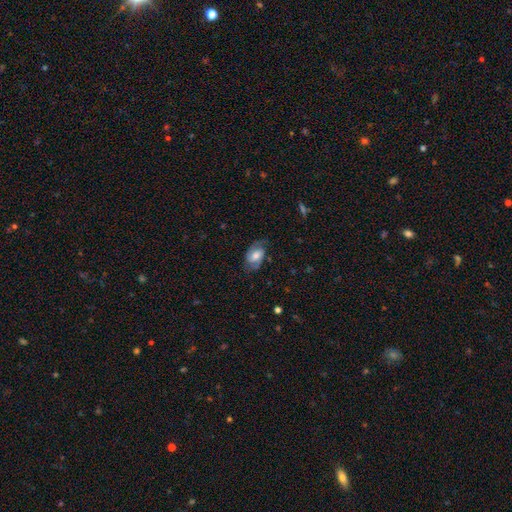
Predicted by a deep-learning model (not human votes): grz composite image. It shows a featured or disk galaxy (66%) with a weak bar (43%), 2 (87%) medium (49%) spiral arms (90%) and a moderate central bulge (47%). Merging: none (71%).